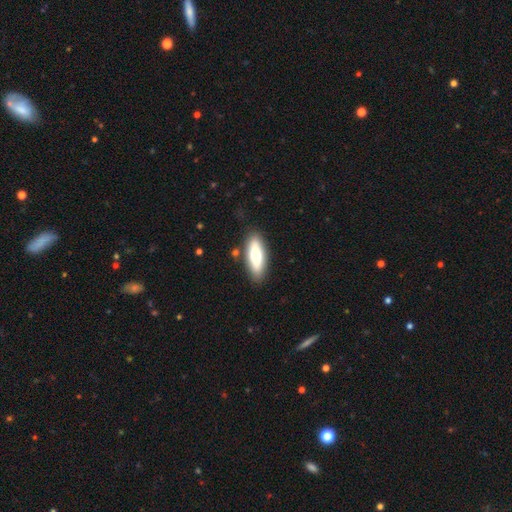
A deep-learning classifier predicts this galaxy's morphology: Overall: smooth (65%; featured or disk 29%). How rounded: in between (59%; cigar-shaped 39%). Merging: none (85%).